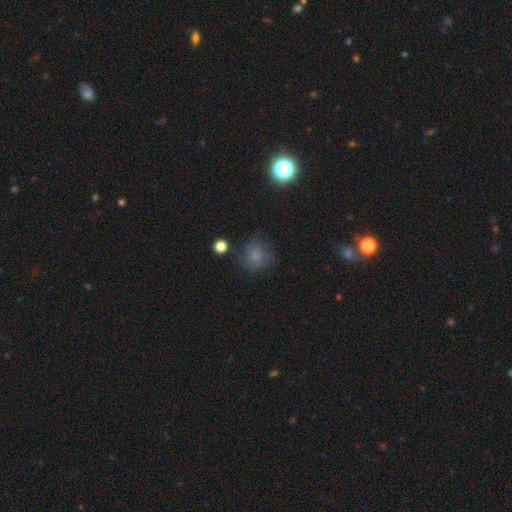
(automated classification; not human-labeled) The model was most divided on "merging": none: 61%, minor disturbance: 22%, major disturbance: 13%, merger: 3%. More confident: how rounded — round (79%); smooth or featured — smooth (70%).